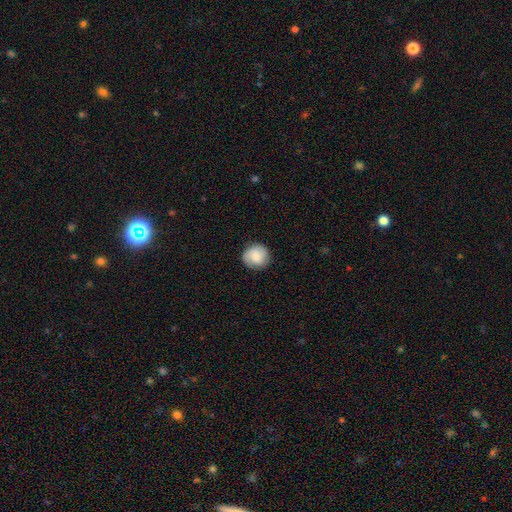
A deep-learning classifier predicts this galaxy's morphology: Smooth or featured? smooth (72%)
How rounded? round (90%)
Merging? none (85%)